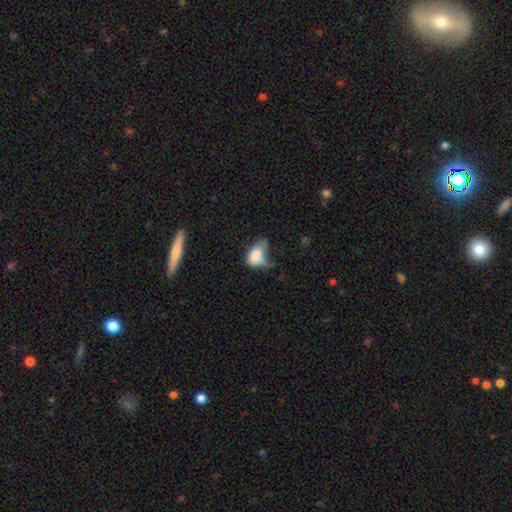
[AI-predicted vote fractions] Q: Smooth or featured?
A: smooth (72%); runner-up: featured or disk (18%)
Q: How rounded?
A: in between (87%); runner-up: round (11%)
Q: Merging?
A: major disturbance (41%); runner-up: minor disturbance (24%)